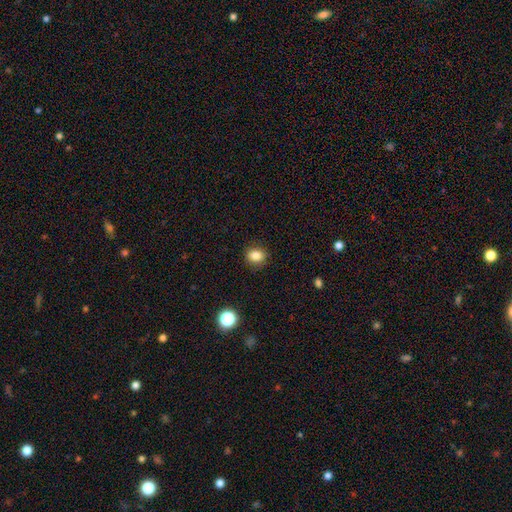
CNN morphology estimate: smooth 84%, star or artifact 11%, featured or disk 5%. Down the decision tree: how rounded — round (58%); merging — none (87%).